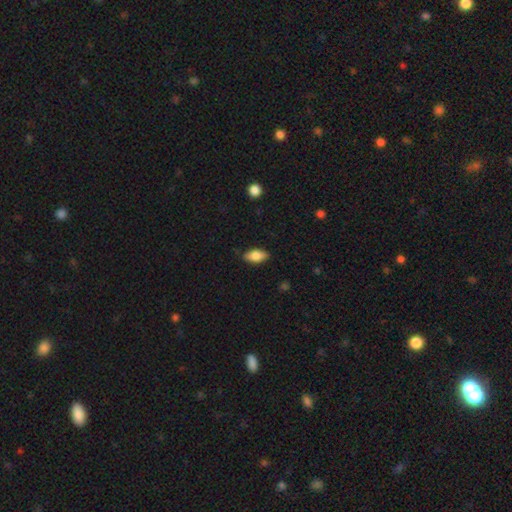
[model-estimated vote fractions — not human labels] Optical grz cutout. It shows a smooth galaxy with no disk features (79%) that is in between round and cigar-shaped (89%). Merging: none (85%).